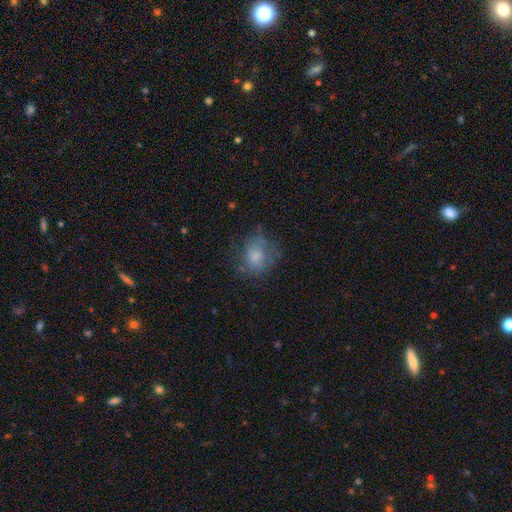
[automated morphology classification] Overall: smooth (65%). How rounded: round (59%; in between 40%). Merging: none (53%; minor disturbance 26%).